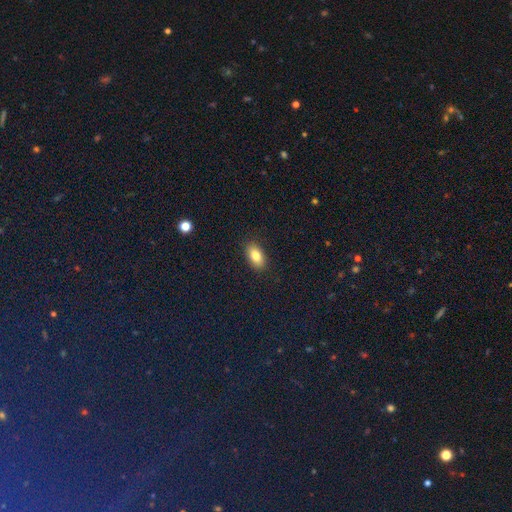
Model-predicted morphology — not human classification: This appears to be a smooth galaxy with no disk features (83%) that is in between round and cigar-shaped (90%). Merging: none (88%).